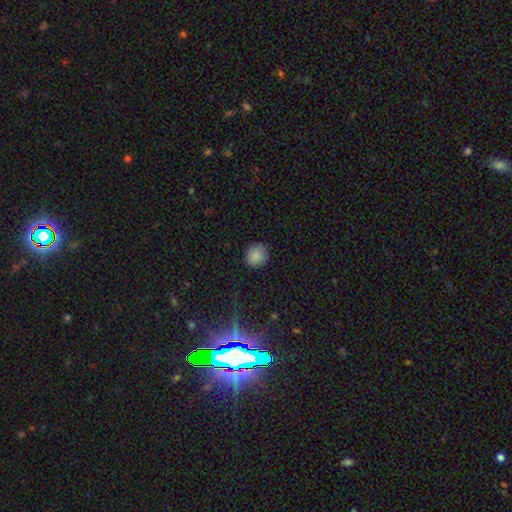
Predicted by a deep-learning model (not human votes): Smooth or featured?
  - smooth: 86% *
  - star or artifact: 10%
  - featured or disk: 4%
How rounded?
  - round: 80% *
  - in between: 19%
  - cigar-shaped: 1%
Merging?
  - none: 88% *
  - minor disturbance: 9%
  - major disturbance: 2%
  - merger: 1%